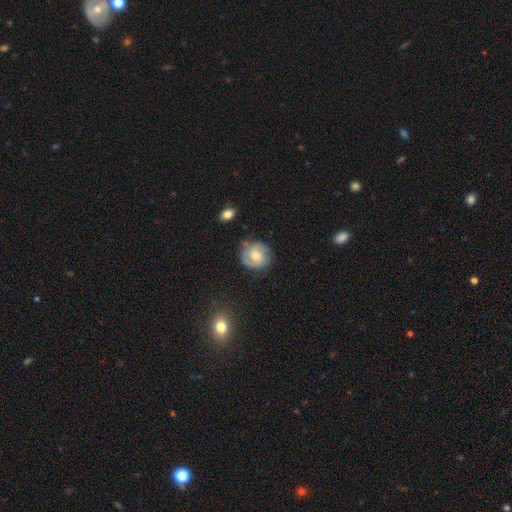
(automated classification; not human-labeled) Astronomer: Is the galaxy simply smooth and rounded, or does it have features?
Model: featured or disk — 54% (runner-up: smooth, 38%).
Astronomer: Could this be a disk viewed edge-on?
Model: no — 98%.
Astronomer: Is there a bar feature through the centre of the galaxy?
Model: no — 65%.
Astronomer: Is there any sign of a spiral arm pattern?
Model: yes — 88%.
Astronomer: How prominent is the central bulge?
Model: moderate — 60%.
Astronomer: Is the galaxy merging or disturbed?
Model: none — 75%.